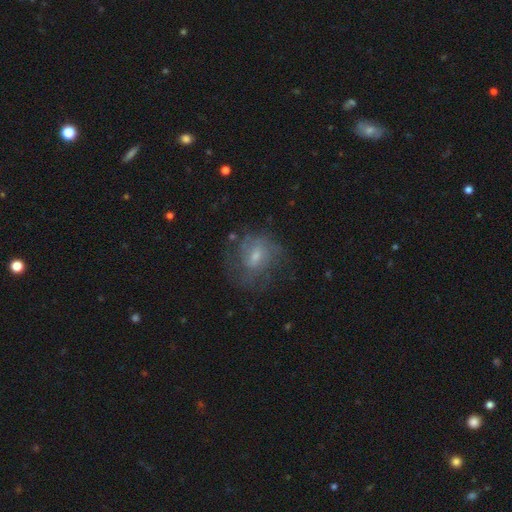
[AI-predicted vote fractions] Q: Smooth or featured?
A: featured or disk (58%); runner-up: smooth (31%)
Q: Edge-on disk?
A: no (97%); runner-up: yes (3%)
Q: Bar?
A: weak (47%); runner-up: no (46%)
Q: Spiral arms?
A: yes (74%); runner-up: no (26%)
Q: Bulge size?
A: small (49%); runner-up: moderate (40%)
Q: Merging?
A: none (57%); runner-up: minor disturbance (22%)